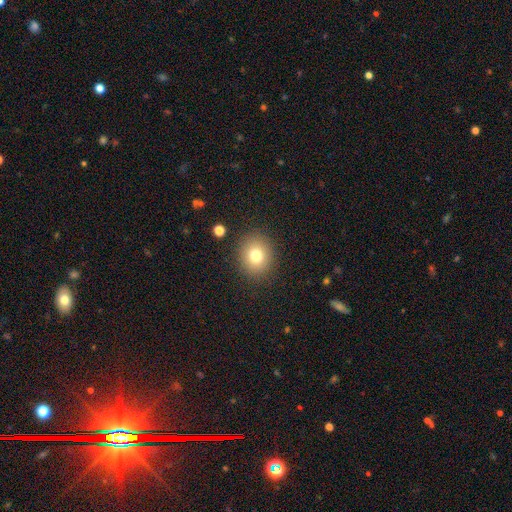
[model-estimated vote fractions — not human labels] Smooth or featured: smooth — 77% (star or artifact — 12%)
How rounded: round — 71% (in between — 28%)
Merging: none — 88% (minor disturbance — 8%)